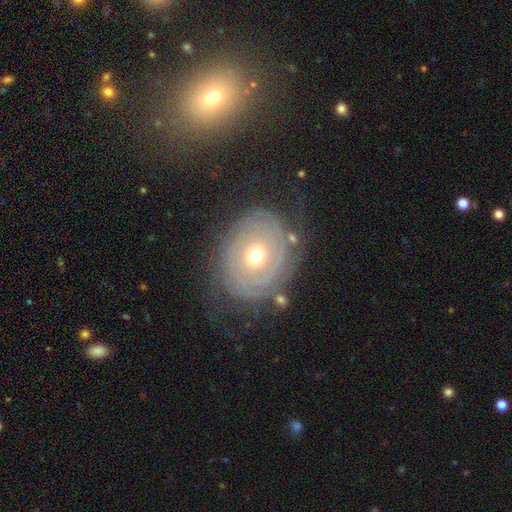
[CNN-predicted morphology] smooth-or-featured: featured or disk: 73% | smooth: 19% | star or artifact: 8%
  disk-edge-on: no: 96% | yes: 4%
    bar: no: 84% | weak: 13% | strong: 4%
    has-spiral-arms: yes: 79% | no: 21%
      spiral-winding: tight: 80% | medium: 14% | loose: 6%
      spiral-arm-count: can't tell: 47% | 2: 25% | 3: 10% | 1: 6% | 4: 6% | more than 4: 5%
    bulge-size: moderate: 61% | small: 34% | large: 3% | dominant: 1% | none: 1%
  merging: none: 69% | minor disturbance: 17% | major disturbance: 10% | merger: 3%